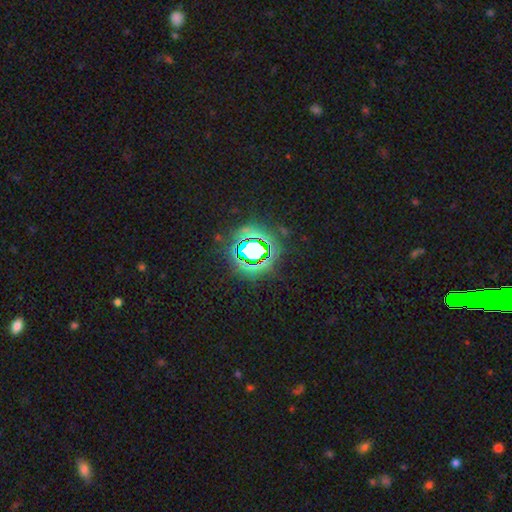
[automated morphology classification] smooth_or_featured: star or artifact (p=0.67) [alt: smooth p=0.21]